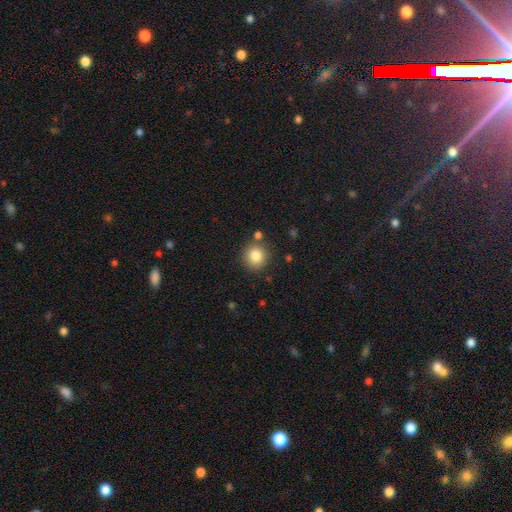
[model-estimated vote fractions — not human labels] smooth_or_featured: smooth (p=0.83) [alt: star or artifact p=0.10]
how_rounded: round (p=0.91) [alt: in between p=0.08]
merging: none (p=0.82) [alt: minor disturbance p=0.09]